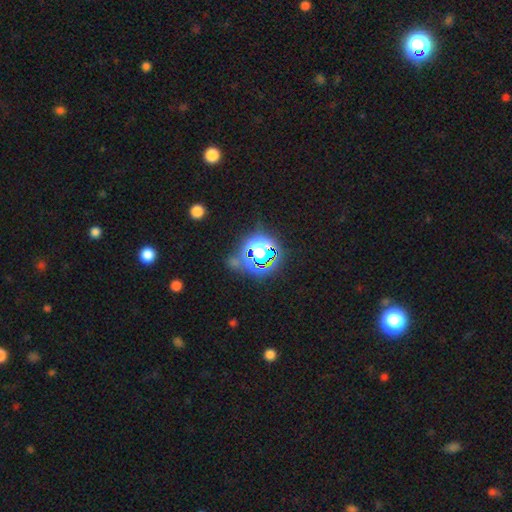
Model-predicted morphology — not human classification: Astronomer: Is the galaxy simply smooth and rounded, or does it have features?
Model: star or artifact — 71%.